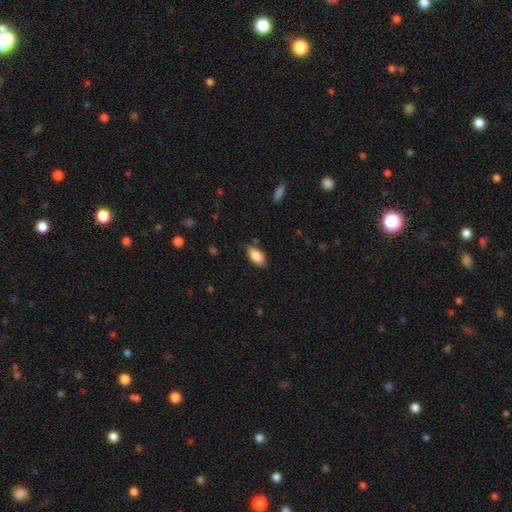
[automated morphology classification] This is clearly a smooth galaxy (84%). How rounded: clearly in between (92%). Merging: likely none (76%).